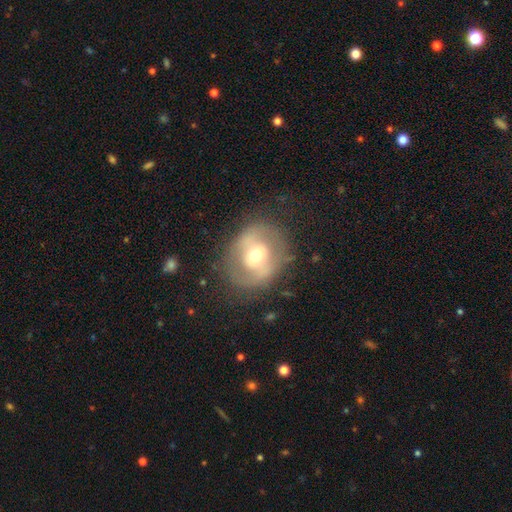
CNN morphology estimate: This is likely a featured or disk galaxy (60%). It is clearly not viewed edge-on (95%). Bar: possibly no (46%). Spiral arm pattern: possibly yes (52%). Central bulge: possibly moderate (59%). Merging: likely none (73%).